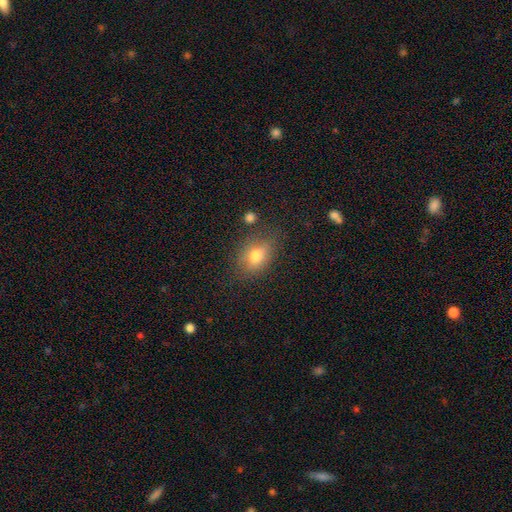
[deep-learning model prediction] smooth-or-featured: smooth: 70% | featured or disk: 18% | star or artifact: 11%
  how-rounded: in between: 68% | round: 28% | cigar-shaped: 3%
  merging: none: 73% | minor disturbance: 18% | major disturbance: 6% | merger: 3%